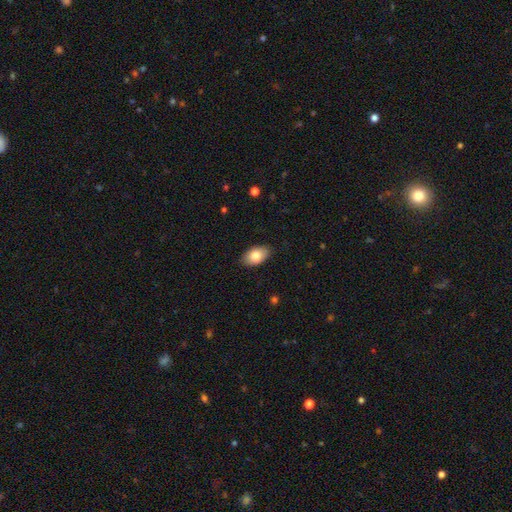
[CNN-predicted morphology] smooth_or_featured: smooth (p=0.82) [alt: featured or disk p=0.11]
how_rounded: in between (p=0.92) [alt: round p=0.06]
merging: none (p=0.85) [alt: minor disturbance p=0.12]